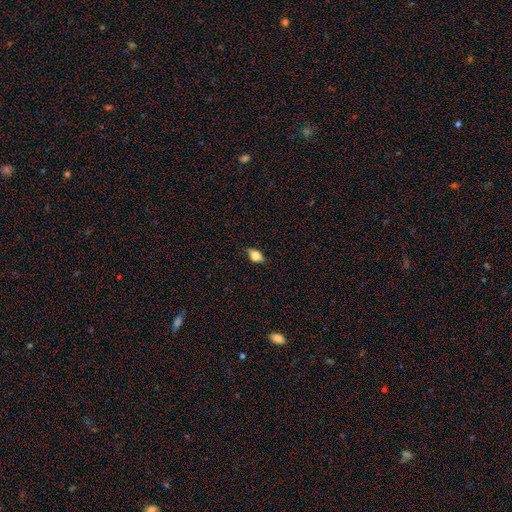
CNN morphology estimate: Q: Smooth or featured?
A: smooth (73%); runner-up: featured or disk (17%)
Q: How rounded?
A: in between (77%); runner-up: round (16%)
Q: Merging?
A: none (70%); runner-up: minor disturbance (23%)